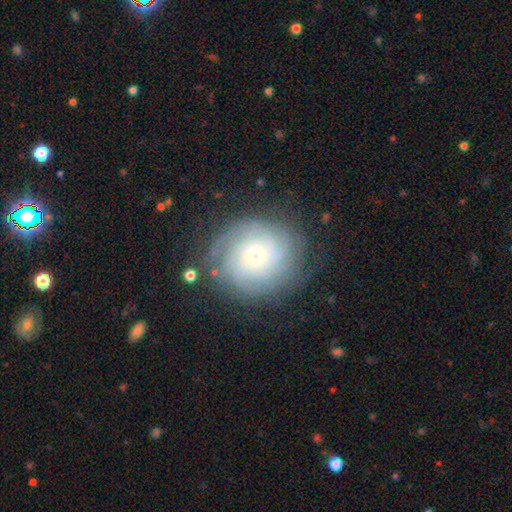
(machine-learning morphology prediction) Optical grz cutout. It shows a featured or disk galaxy (78%) with no bar (80%), tight (76%) spiral arms (95%) and a small central bulge (69%). Merging: none (79%).